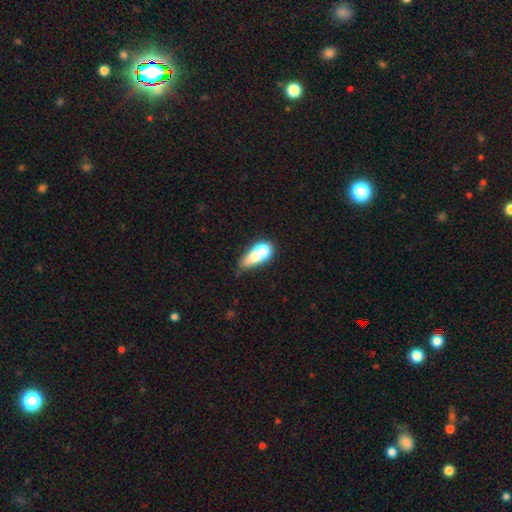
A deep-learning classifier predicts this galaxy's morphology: smooth 61%, featured or disk 28%, star or artifact 11%. Down the decision tree: how rounded — in between (63%); merging — merger (53%).